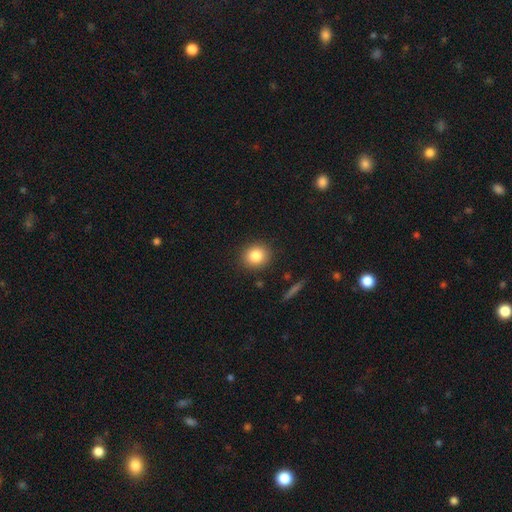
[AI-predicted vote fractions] The model was most divided on "how rounded": round: 81%, in between: 18%, cigar-shaped: 1%. More confident: merging — none (89%); smooth or featured — smooth (84%).